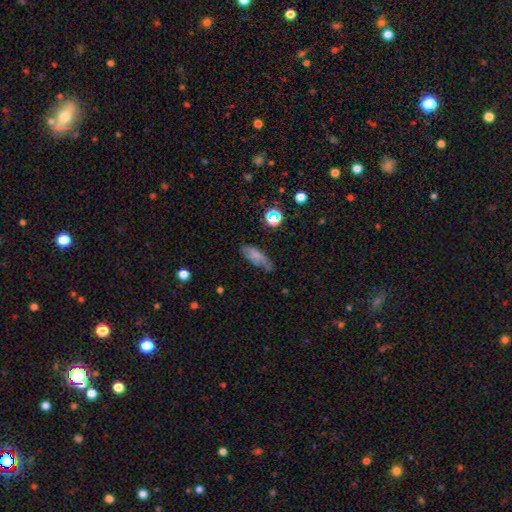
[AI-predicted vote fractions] Smooth or featured? smooth (70%)
How rounded? in between (69%)
Merging? none (58%)